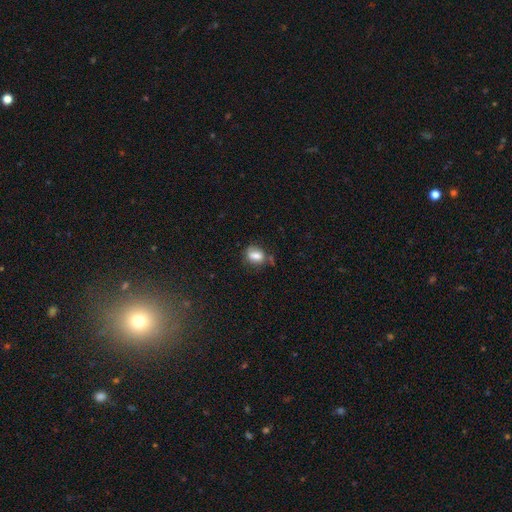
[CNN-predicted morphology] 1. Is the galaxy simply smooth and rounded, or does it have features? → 77% smooth, 13% featured or disk, 10% star or artifact.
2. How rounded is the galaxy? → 65% in between, 33% round, 3% cigar-shaped.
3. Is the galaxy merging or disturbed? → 54% none, 28% minor disturbance, 9% major disturbance, 9% merger.